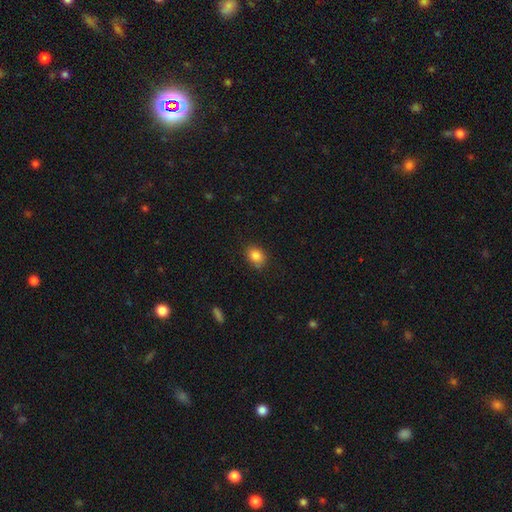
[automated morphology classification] smooth-or-featured: smooth: 83% | star or artifact: 10% | featured or disk: 7%
  how-rounded: in between: 56% | round: 43% | cigar-shaped: 1%
  merging: none: 79% | minor disturbance: 16% | major disturbance: 3% | merger: 2%